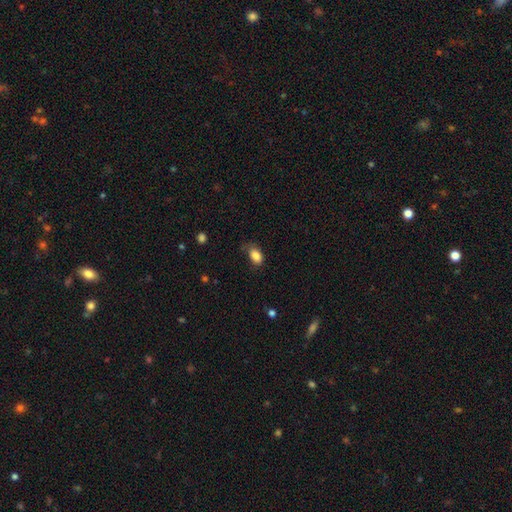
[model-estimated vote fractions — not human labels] Smooth or featured?
  - smooth: 86% *
  - star or artifact: 8%
  - featured or disk: 5%
How rounded?
  - in between: 88% *
  - round: 10%
  - cigar-shaped: 2%
Merging?
  - none: 60% *
  - minor disturbance: 28%
  - major disturbance: 10%
  - merger: 2%